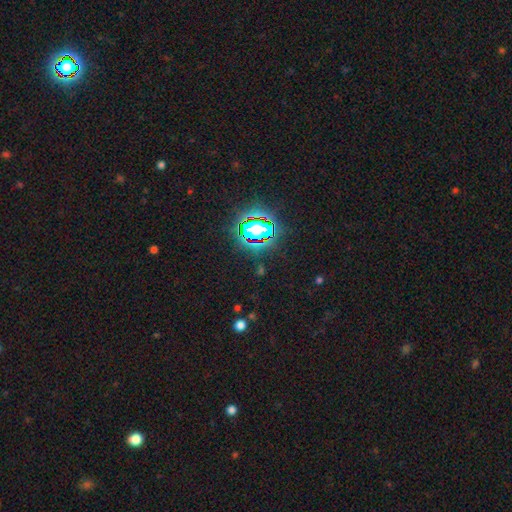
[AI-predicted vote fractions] Overall: star or artifact (84%).